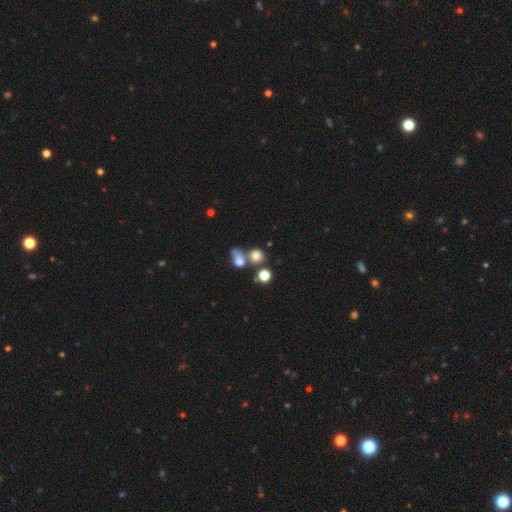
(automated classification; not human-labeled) smooth_or_featured: smooth (p=0.74) [alt: star or artifact p=0.15]
how_rounded: round (p=0.77) [alt: in between p=0.22]
merging: none (p=0.46) [alt: merger p=0.36]